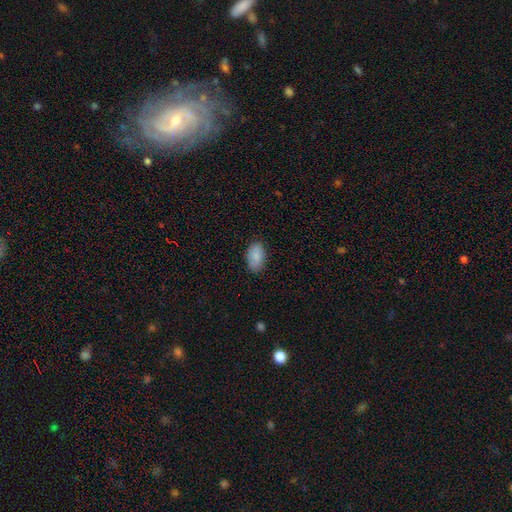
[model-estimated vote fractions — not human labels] Smooth or featured: smooth — 87% (star or artifact — 7%)
How rounded: in between — 93% (round — 6%)
Merging: none — 85% (minor disturbance — 12%)